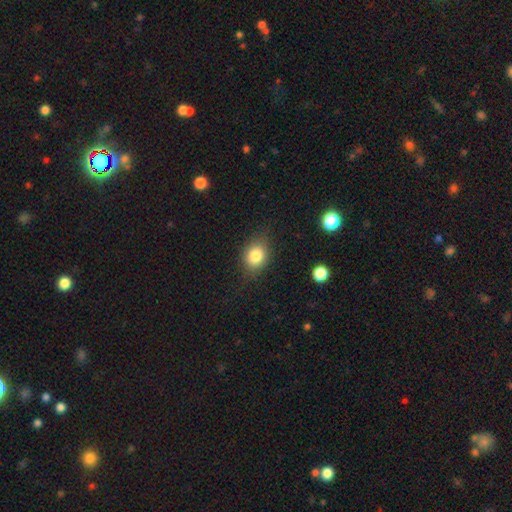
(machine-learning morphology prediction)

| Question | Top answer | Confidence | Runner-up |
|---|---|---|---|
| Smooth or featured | smooth | 80% | featured or disk (10%) |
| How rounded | in between | 51% | round (48%) |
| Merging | none | 76% | minor disturbance (17%) |